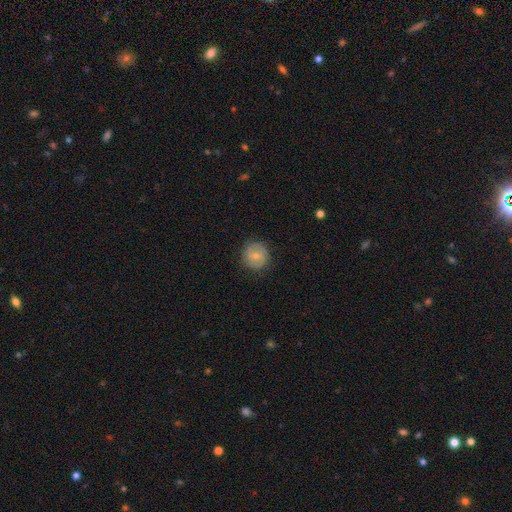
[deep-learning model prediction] Q: Smooth or featured?
A: smooth (62%); runner-up: featured or disk (31%)
Q: How rounded?
A: round (91%); runner-up: in between (8%)
Q: Merging?
A: none (82%); runner-up: minor disturbance (13%)